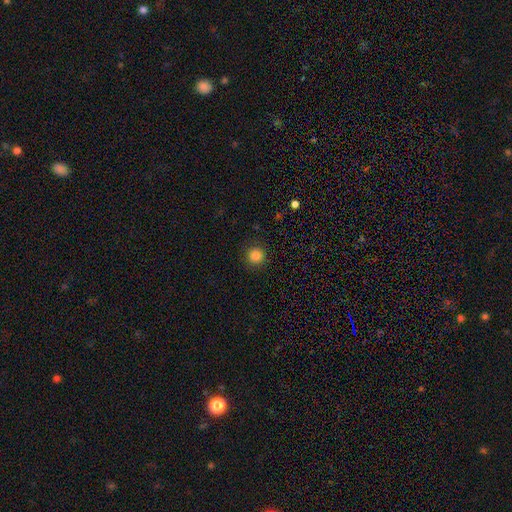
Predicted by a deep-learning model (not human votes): Smooth or featured? smooth (84%)
How rounded? round (95%)
Merging? none (92%)